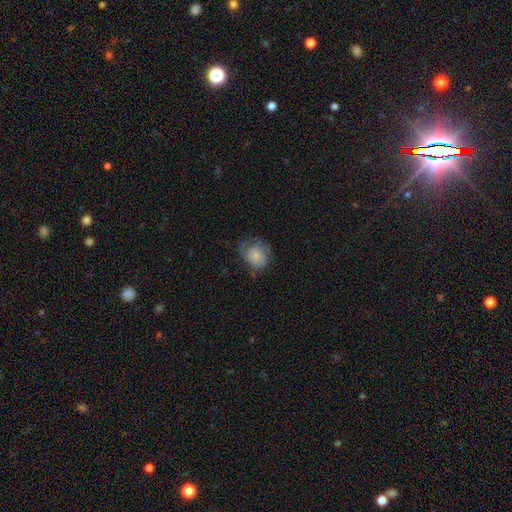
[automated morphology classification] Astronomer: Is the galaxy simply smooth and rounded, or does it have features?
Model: smooth — 64%.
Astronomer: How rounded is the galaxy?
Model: round — 67%.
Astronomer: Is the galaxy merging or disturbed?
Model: none — 47% (runner-up: minor disturbance, 32%).